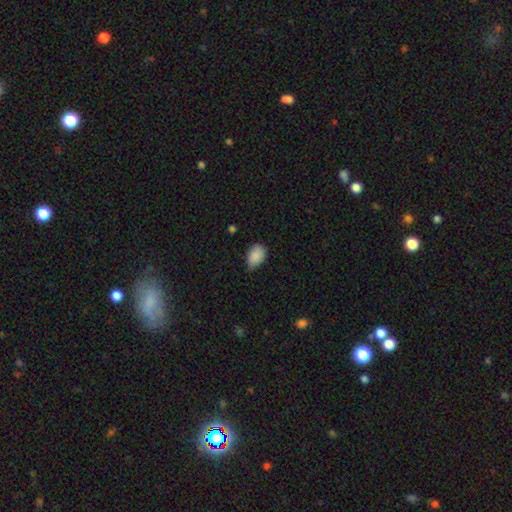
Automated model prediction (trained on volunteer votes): smooth 88%, star or artifact 7%, featured or disk 5%. Down the decision tree: how rounded — in between (84%); merging — none (55%).